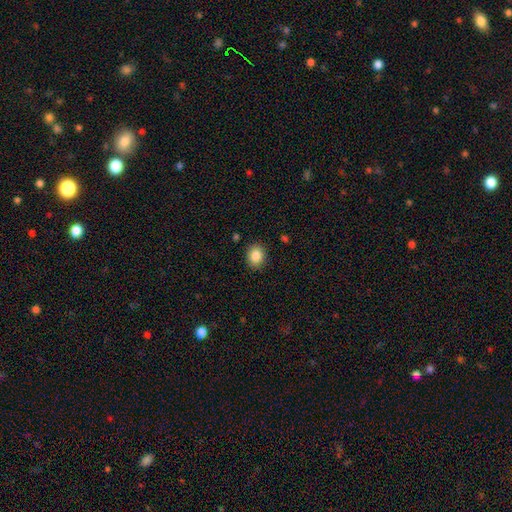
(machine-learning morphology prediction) type=smooth (86%); roundness=round (56%); merging=none (89%).